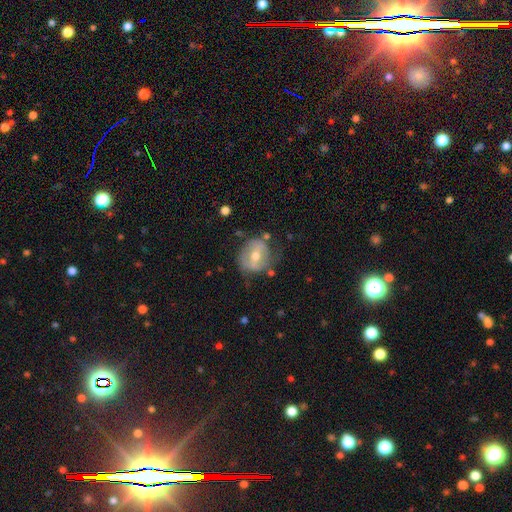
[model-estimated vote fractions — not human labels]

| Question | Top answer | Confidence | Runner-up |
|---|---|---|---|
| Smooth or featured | featured or disk | 54% | smooth (39%) |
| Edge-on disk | no | 95% | yes (5%) |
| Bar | weak | 42% | strong (32%) |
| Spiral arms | no | 56% | yes (44%) |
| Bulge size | moderate | 71% | small (22%) |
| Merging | none | 58% | minor disturbance (26%) |